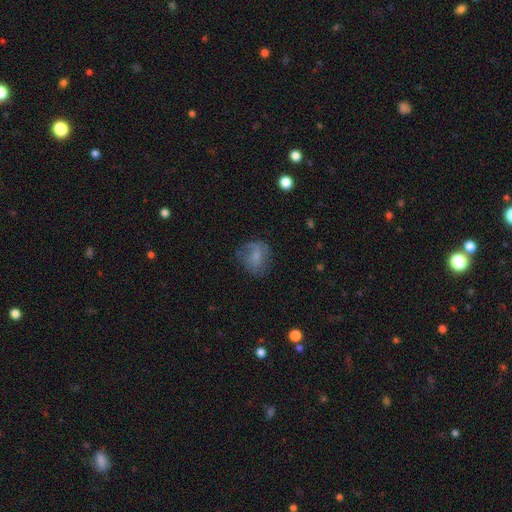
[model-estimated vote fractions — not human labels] Morphology: type=smooth (61%); roundness=round (63%); merging=none (61%).